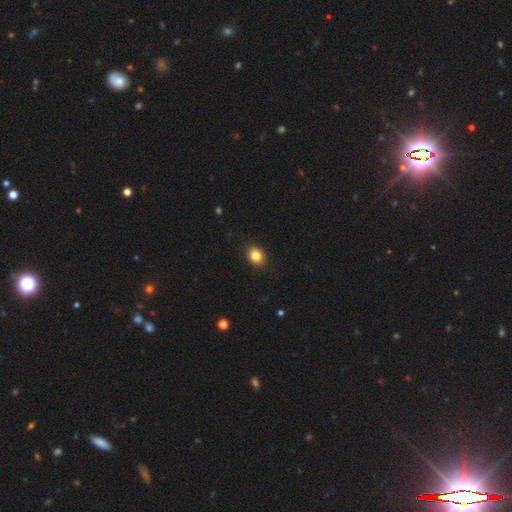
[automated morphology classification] This appears to be a smooth galaxy with no disk features (85%) that is in between round and cigar-shaped (58%). Merging: none (89%).